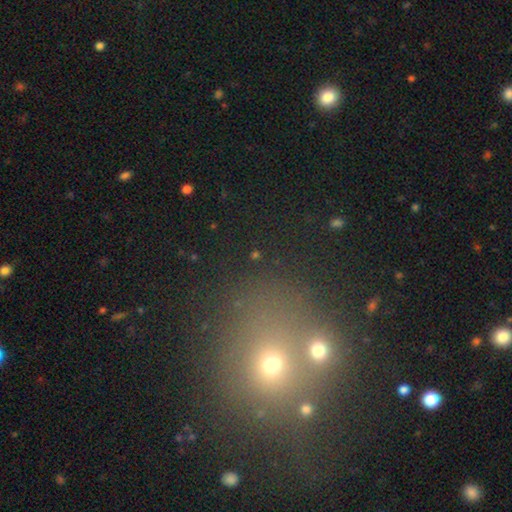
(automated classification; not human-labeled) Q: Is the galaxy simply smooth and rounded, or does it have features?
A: star or artifact — 46%.